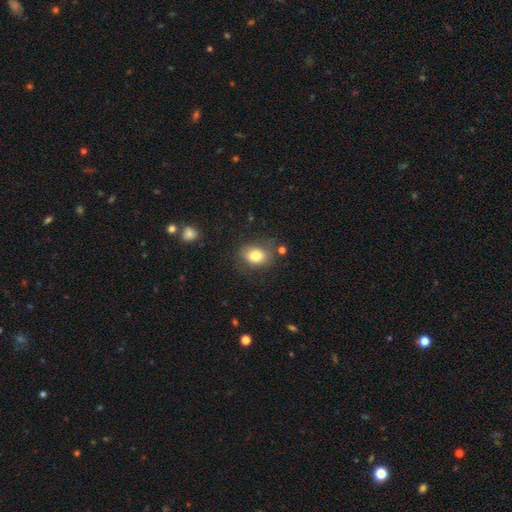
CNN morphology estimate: Smooth or featured: smooth — 79% (featured or disk — 11%)
How rounded: in between — 60% (round — 39%)
Merging: none — 74% (minor disturbance — 17%)